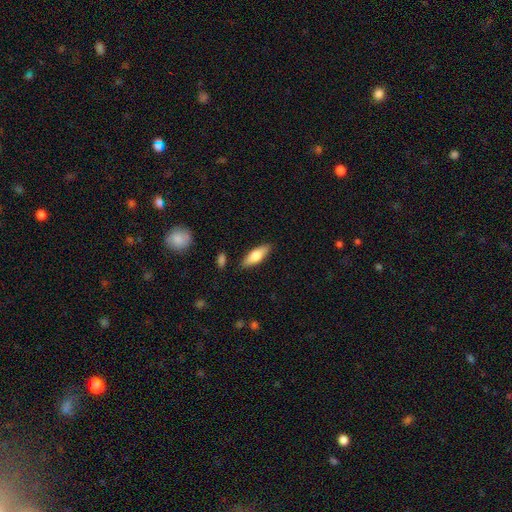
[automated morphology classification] A smooth galaxy with no disk features (69%) that is in between round and cigar-shaped (61%). Merging: none (86%).